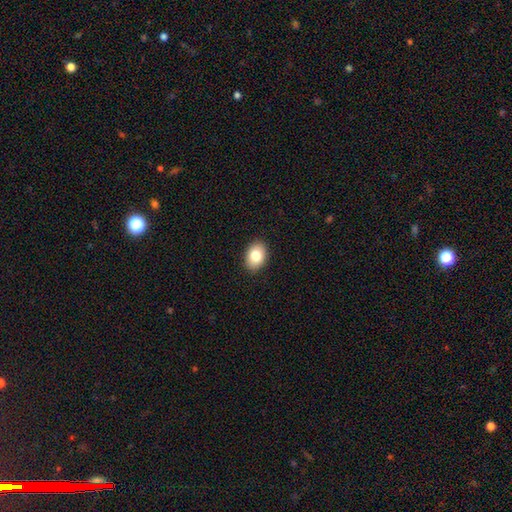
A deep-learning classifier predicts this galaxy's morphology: Q: Smooth or featured?
A: smooth (82%); runner-up: featured or disk (10%)
Q: How rounded?
A: in between (80%); runner-up: round (19%)
Q: Merging?
A: none (90%); runner-up: minor disturbance (7%)